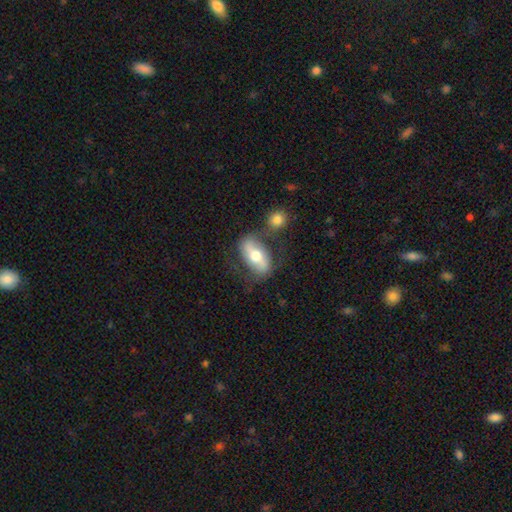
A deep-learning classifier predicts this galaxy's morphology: smooth_or_featured: smooth (p=0.48) [alt: featured or disk p=0.46]
merging: none (p=0.61) [alt: minor disturbance p=0.17]